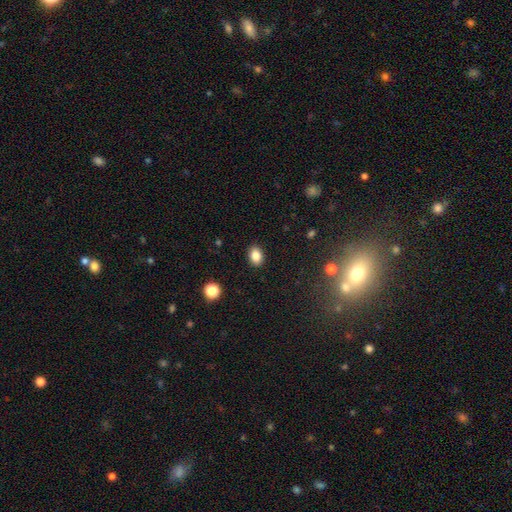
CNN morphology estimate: Smooth or featured: smooth — 86% (star or artifact — 9%)
How rounded: in between — 77% (round — 22%)
Merging: none — 89% (minor disturbance — 8%)